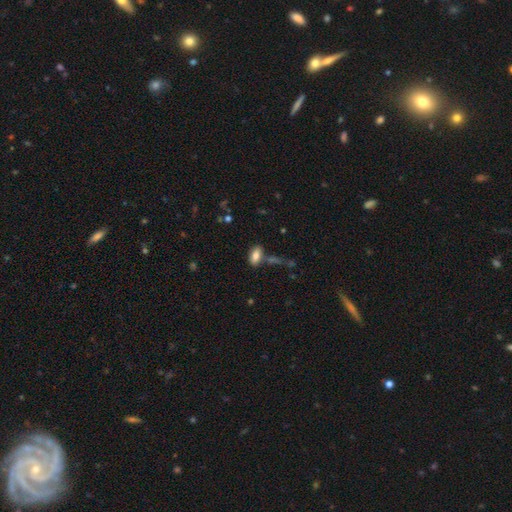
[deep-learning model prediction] The model was most divided on "merging": none: 69%, minor disturbance: 14%, merger: 12%, major disturbance: 5%. More confident: how rounded — in between (89%); smooth or featured — smooth (81%).